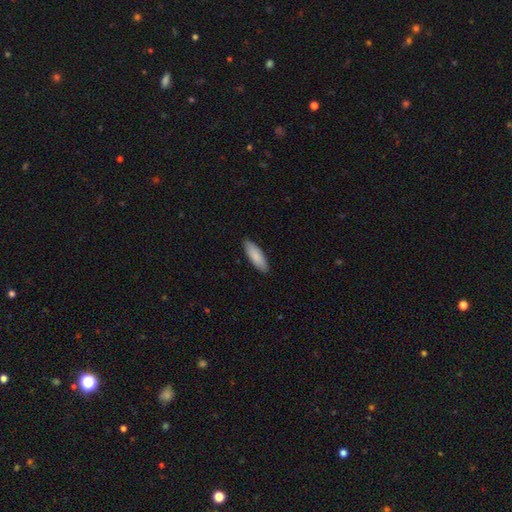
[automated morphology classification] This appears to be a smooth galaxy with no disk features (87%) that is in between round and cigar-shaped (58%). Merging: none (88%).